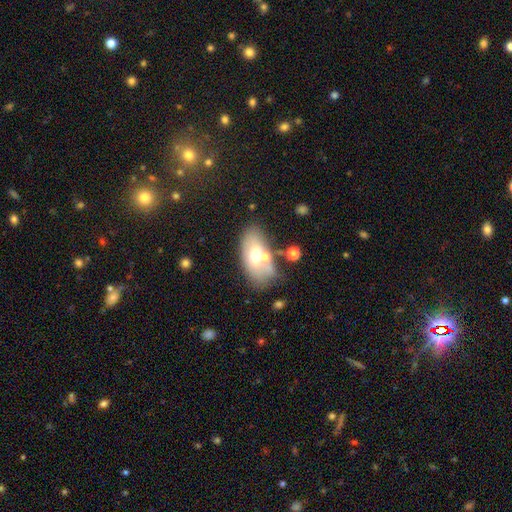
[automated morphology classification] This appears to be a smooth galaxy with no disk features (58%) that is in between round and cigar-shaped (89%). Merging: none (55%).